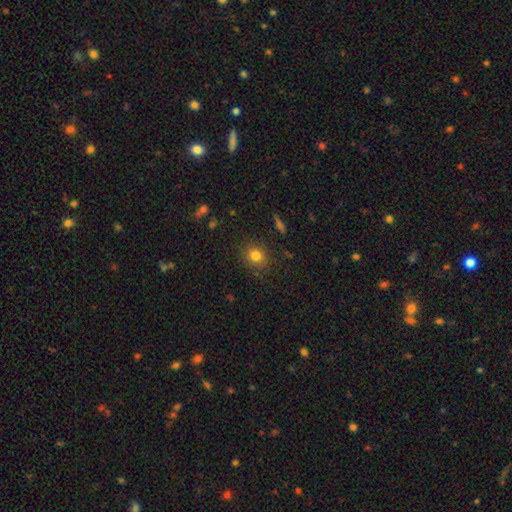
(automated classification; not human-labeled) A smooth galaxy with no disk features (79%) that is round (73%). Merging: none (86%).